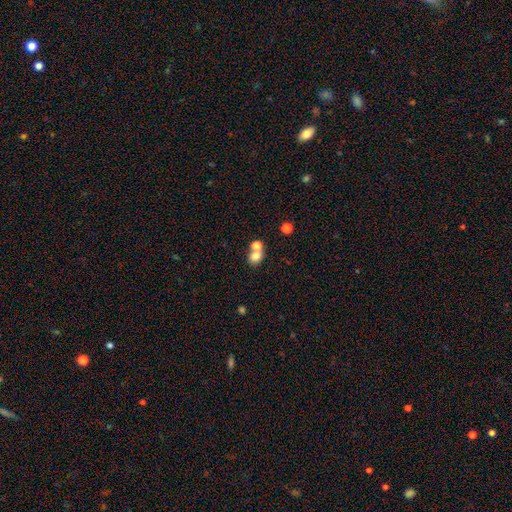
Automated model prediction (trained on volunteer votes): Smooth or featured? Predicted: smooth (p=0.77). How rounded? Predicted: round (p=0.57). Merging? Predicted: merger (p=0.47).